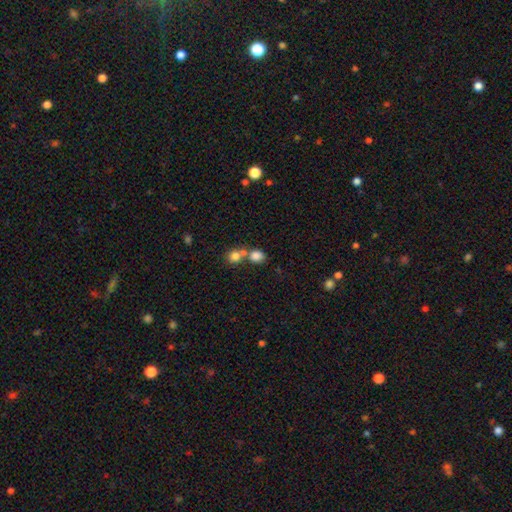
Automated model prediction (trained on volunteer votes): The model was most divided on "merging" (2-way tie): merger: 44%, none: 44%, minor disturbance: 8%, major disturbance: 4%. More confident: smooth or featured — smooth (81%); how rounded — round (62%).